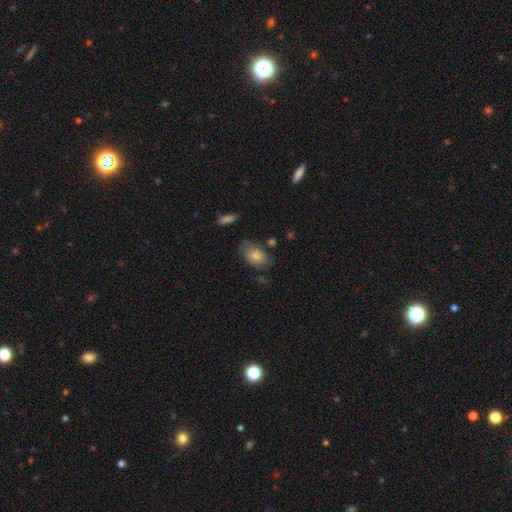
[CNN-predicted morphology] Smooth or featured: smooth — 76% (featured or disk — 17%)
How rounded: in between — 87% (round — 12%)
Merging: none — 61% (minor disturbance — 26%)